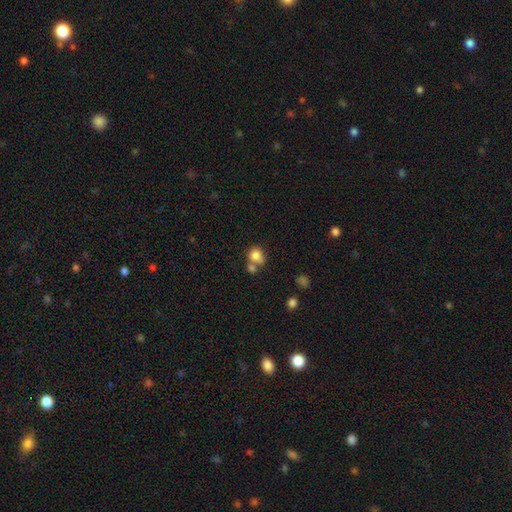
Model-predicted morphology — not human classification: This is clearly a smooth galaxy (82%). How rounded: likely round (68%). Merging: marginally none (41%).